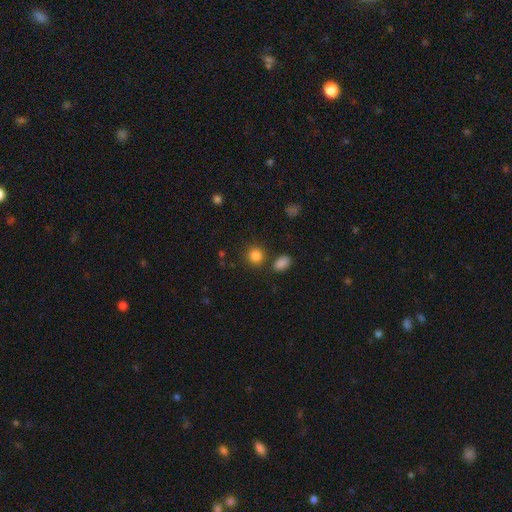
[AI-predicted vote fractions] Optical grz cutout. It shows a smooth galaxy with no disk features (84%) that is round (86%). Merging: none (81%).